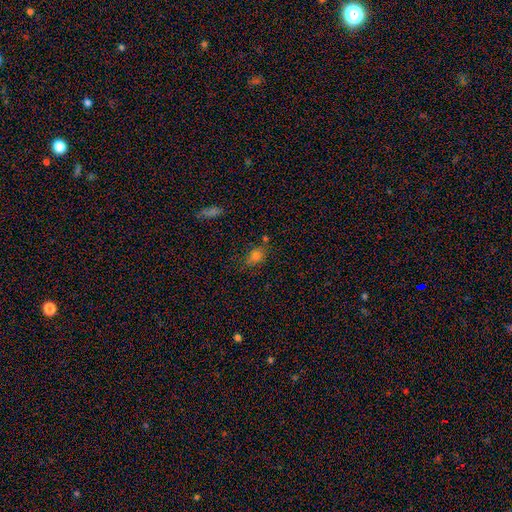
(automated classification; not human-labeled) Morphology: type=smooth (72%); roundness=in between (68%); merging=none (64%).